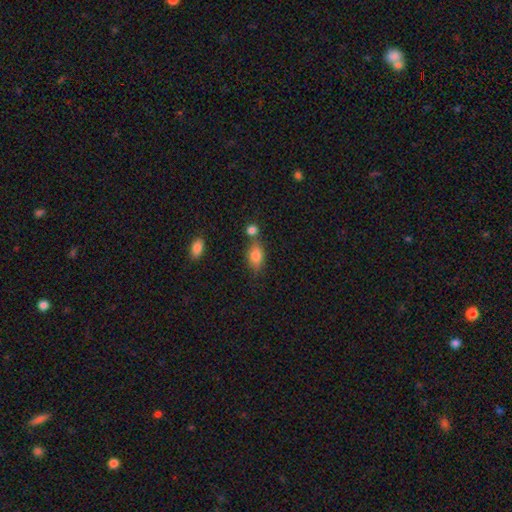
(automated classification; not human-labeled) A smooth galaxy with no disk features (80%) that is in between round and cigar-shaped (83%). Merging: none (57%).